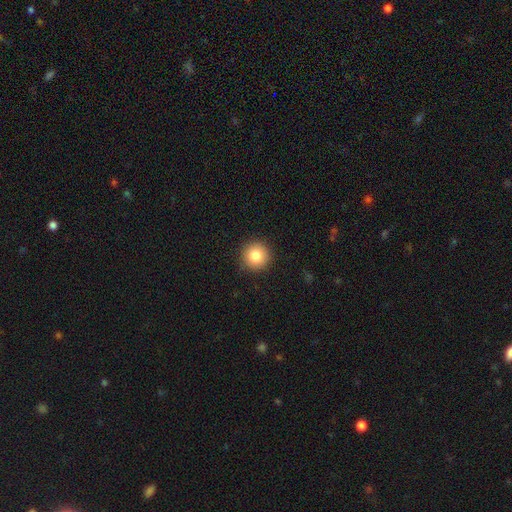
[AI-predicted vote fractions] This is clearly a smooth galaxy (84%). How rounded: clearly round (95%). Merging: clearly none (91%).